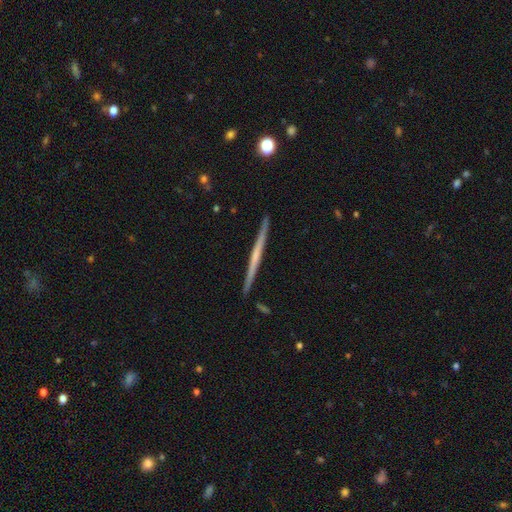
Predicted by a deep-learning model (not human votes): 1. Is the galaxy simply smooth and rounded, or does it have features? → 65% featured or disk, 30% smooth, 5% star or artifact.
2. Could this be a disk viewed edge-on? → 98% yes, 2% no.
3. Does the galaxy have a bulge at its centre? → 80% none, 15% rounded, 5% boxy.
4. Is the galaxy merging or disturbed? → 92% none, 6% minor disturbance, 1% merger, 1% major disturbance.